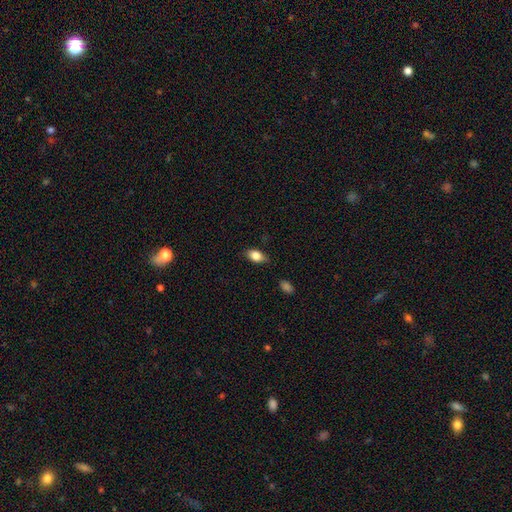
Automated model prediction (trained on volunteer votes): smooth 80%, featured or disk 12%, star or artifact 8%. Down the decision tree: how rounded — in between (86%); merging — none (78%).